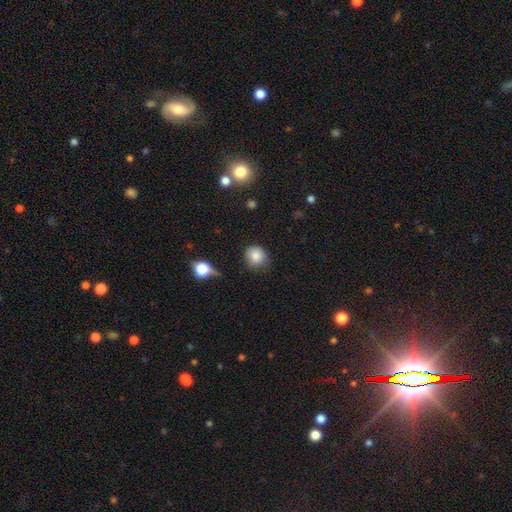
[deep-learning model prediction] smooth 83%, star or artifact 10%, featured or disk 7%. Down the decision tree: how rounded — round (80%); merging — none (64%).